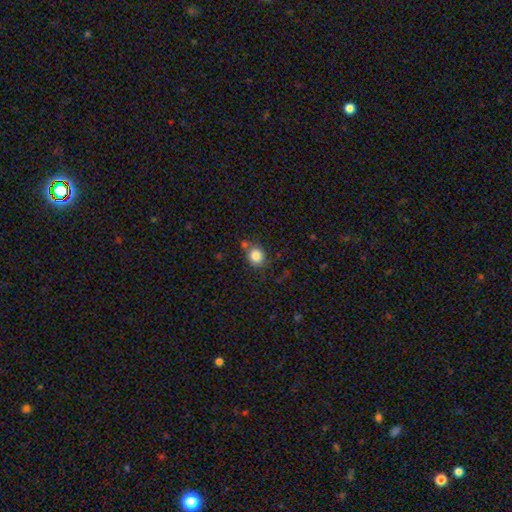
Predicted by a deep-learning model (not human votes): Smooth or featured? smooth (84%)
How rounded? round (82%)
Merging? none (73%)